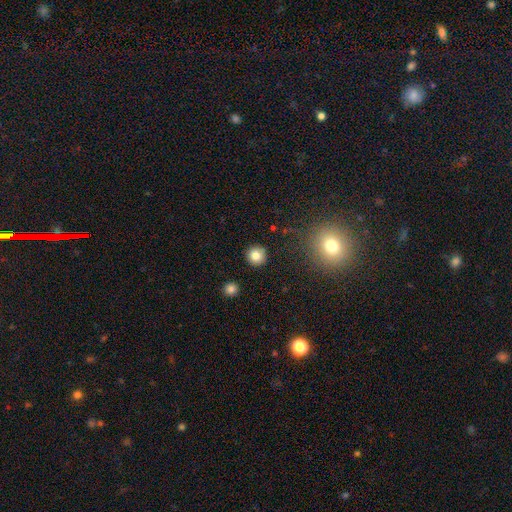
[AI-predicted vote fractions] smooth-or-featured: smooth: 81% | star or artifact: 11% | featured or disk: 7%
  how-rounded: round: 94% | in between: 5% | cigar-shaped: 1%
  merging: none: 91% | minor disturbance: 5% | major disturbance: 2% | merger: 2%